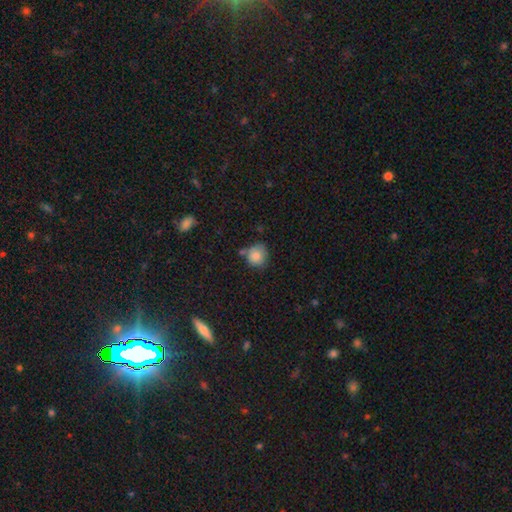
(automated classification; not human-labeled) Q: Smooth or featured?
A: smooth (84%); runner-up: star or artifact (9%)
Q: How rounded?
A: round (85%); runner-up: in between (14%)
Q: Merging?
A: none (60%); runner-up: minor disturbance (23%)